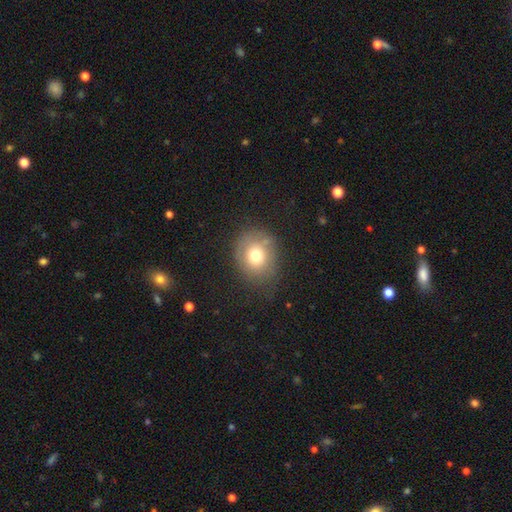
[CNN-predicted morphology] smooth-or-featured: smooth: 71% | featured or disk: 17% | star or artifact: 12%
  how-rounded: round: 69% | in between: 30% | cigar-shaped: 1%
  merging: none: 69% | minor disturbance: 20% | major disturbance: 8% | merger: 2%